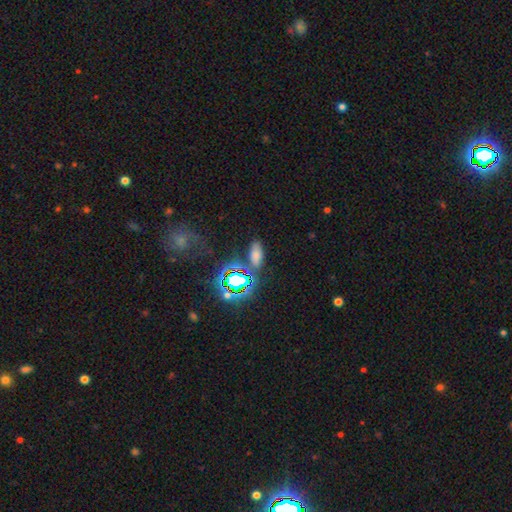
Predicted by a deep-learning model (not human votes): smooth-or-featured: smooth: 59% | star or artifact: 32% | featured or disk: 9%
  how-rounded: in between: 83% | cigar-shaped: 10% | round: 7%
  merging: none: 73% | minor disturbance: 14% | merger: 8% | major disturbance: 6%